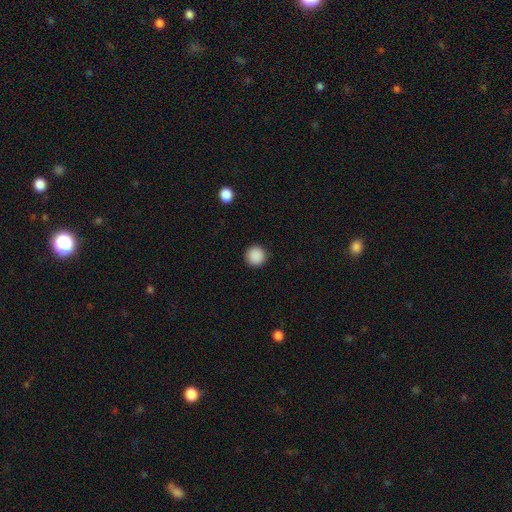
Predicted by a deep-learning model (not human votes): Smooth or featured? smooth (89%)
How rounded? round (96%)
Merging? none (93%)